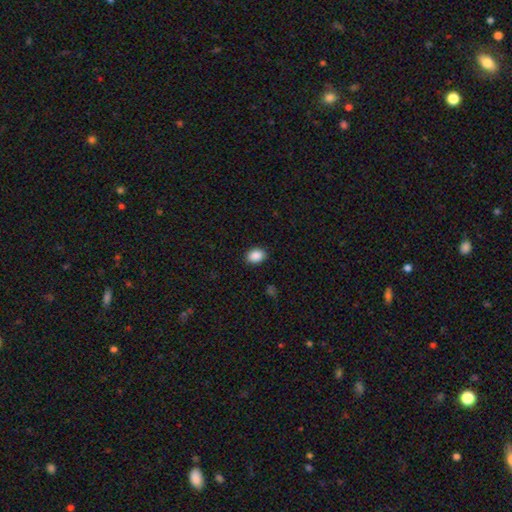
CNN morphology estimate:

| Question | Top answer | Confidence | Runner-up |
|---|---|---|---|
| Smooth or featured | smooth | 89% | star or artifact (9%) |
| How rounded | in between | 66% | round (33%) |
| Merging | none | 89% | minor disturbance (8%) |